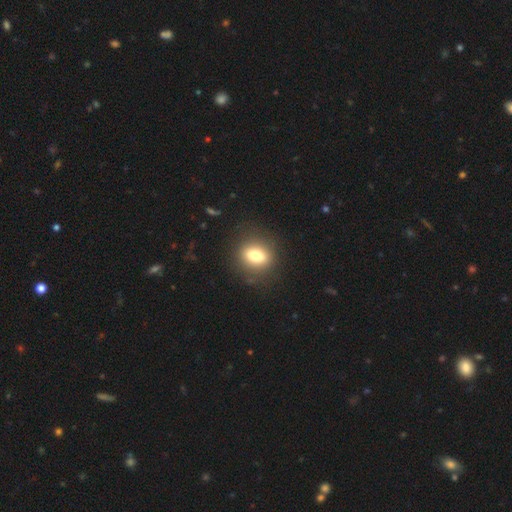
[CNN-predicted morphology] smooth 77%, featured or disk 13%, star or artifact 10%. Down the decision tree: how rounded — in between (56%); merging — none (85%).